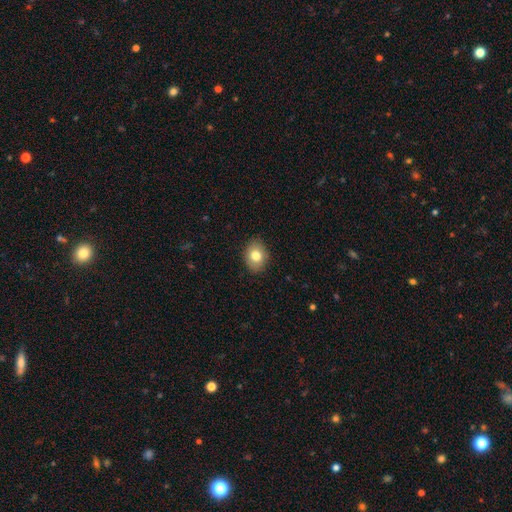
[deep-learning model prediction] Smooth or featured? Predicted: smooth (p=0.80). How rounded? Predicted: in between (p=0.63). Merging? Predicted: none (p=0.88).